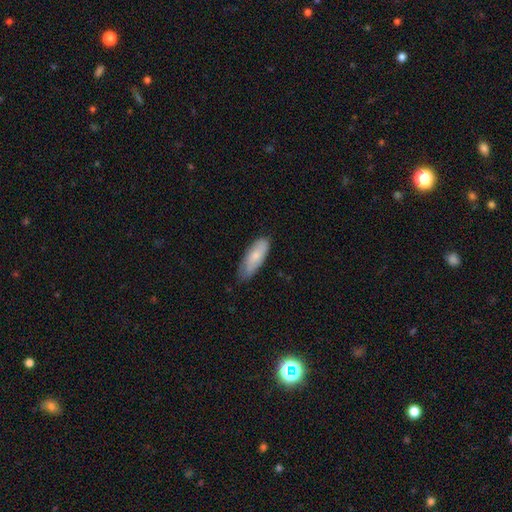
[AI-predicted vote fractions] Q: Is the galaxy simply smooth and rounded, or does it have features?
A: smooth — 74%.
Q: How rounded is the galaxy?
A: in between — 67%.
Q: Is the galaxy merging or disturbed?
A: none — 71%.